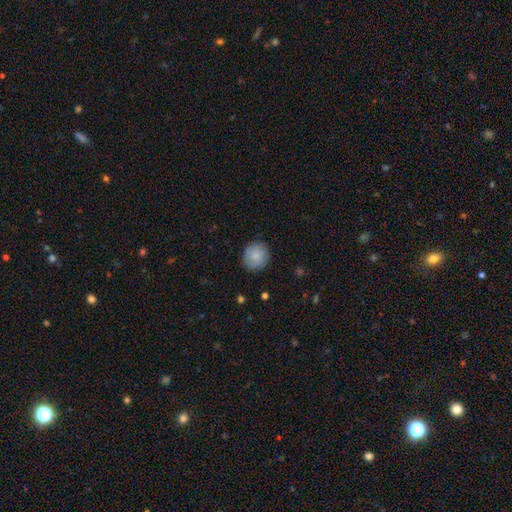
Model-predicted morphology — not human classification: Overall: smooth (85%). How rounded: round (87%). Merging: none (88%).